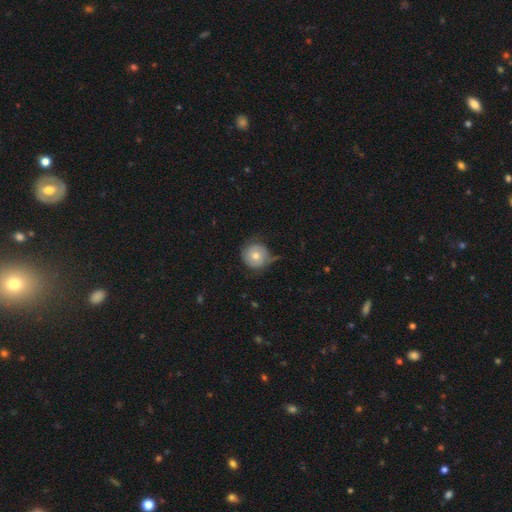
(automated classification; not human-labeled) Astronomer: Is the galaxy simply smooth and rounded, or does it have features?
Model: smooth — 66%.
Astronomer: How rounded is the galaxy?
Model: round — 93%.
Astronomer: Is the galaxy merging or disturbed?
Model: none — 57%.